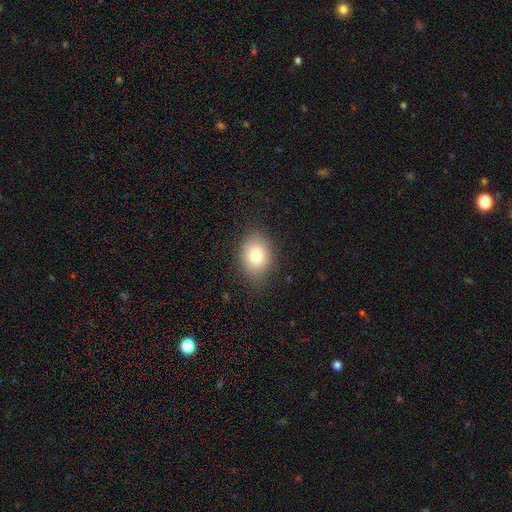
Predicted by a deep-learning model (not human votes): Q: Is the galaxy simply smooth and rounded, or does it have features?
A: smooth — 79%.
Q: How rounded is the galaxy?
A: in between — 63%.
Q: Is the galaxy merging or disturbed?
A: none — 81%.